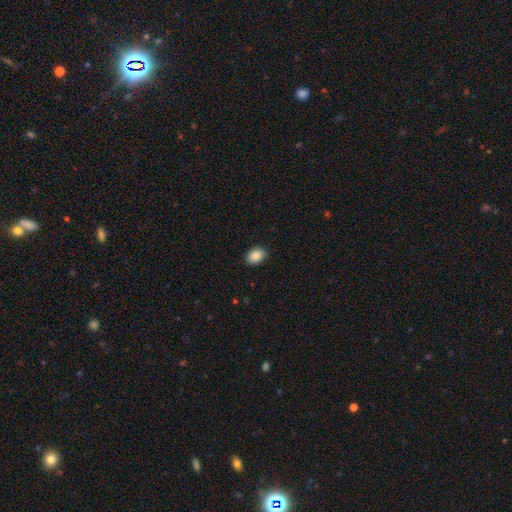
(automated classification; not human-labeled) smooth_or_featured: smooth (p=0.89) [alt: star or artifact p=0.08]
how_rounded: in between (p=0.78) [alt: round p=0.21]
merging: none (p=0.88) [alt: minor disturbance p=0.09]